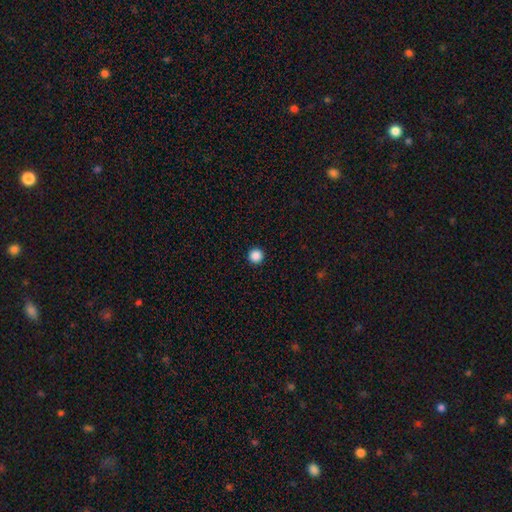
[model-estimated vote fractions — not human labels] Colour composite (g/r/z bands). It shows a smooth galaxy with no disk features (87%) that is round (96%). Merging: none (94%).